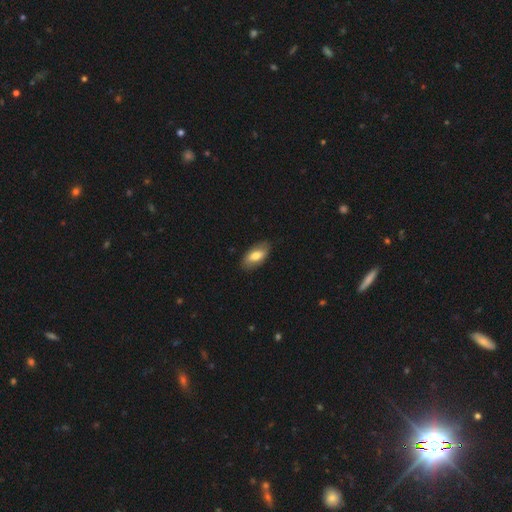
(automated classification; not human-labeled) A smooth galaxy with no disk features (72%) that is in between round and cigar-shaped (90%). Merging: none (83%).